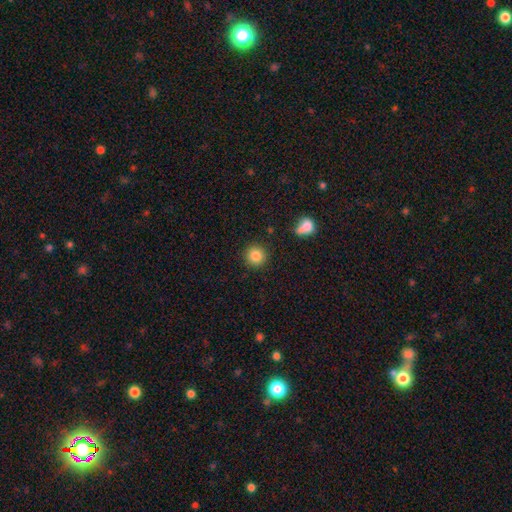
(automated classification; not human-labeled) This is clearly a smooth galaxy (85%). How rounded: clearly round (93%). Merging: clearly none (90%).